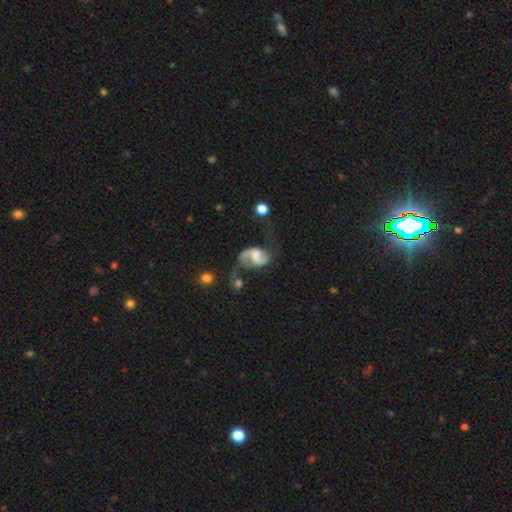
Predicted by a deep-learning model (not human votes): Smooth or featured: featured or disk — 82% (smooth — 11%)
Edge-on disk: no — 98% (yes — 2%)
Bar: weak — 48% (no — 37%)
Spiral arms: yes — 95% (no — 5%)
Spiral winding: loose — 49% (medium — 41%)
Spiral arm count: 2 — 88% (1 — 6%)
Bulge size: moderate — 39% (small — 28%)
Merging: none — 44% (major disturbance — 24%)